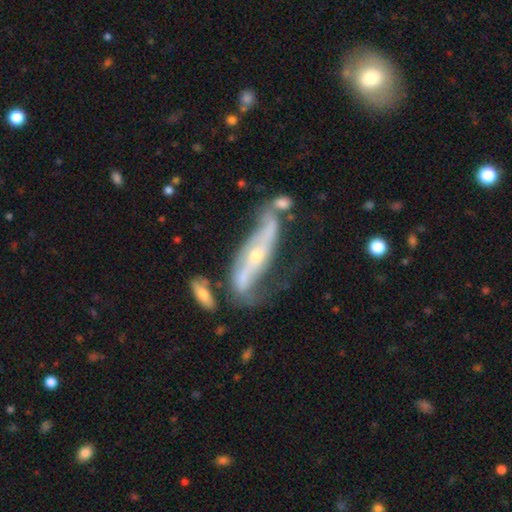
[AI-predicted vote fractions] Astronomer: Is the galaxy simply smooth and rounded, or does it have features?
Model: featured or disk — 78%.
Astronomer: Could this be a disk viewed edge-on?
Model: no — 70%.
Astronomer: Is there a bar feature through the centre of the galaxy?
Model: no — 45% (runner-up: strong, 34%).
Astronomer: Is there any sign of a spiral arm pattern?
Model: yes — 81%.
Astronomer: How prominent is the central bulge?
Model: small — 64%.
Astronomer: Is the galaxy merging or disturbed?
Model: none — 37% (runner-up: minor disturbance, 24%).